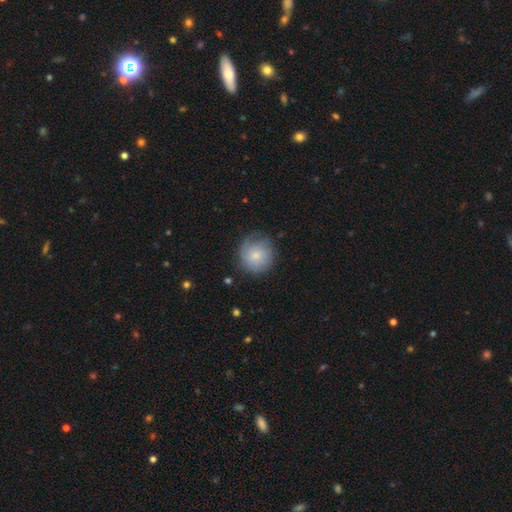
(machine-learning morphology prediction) smooth 68%, featured or disk 25%, star or artifact 7%. Down the decision tree: how rounded — round (89%); merging — none (63%).